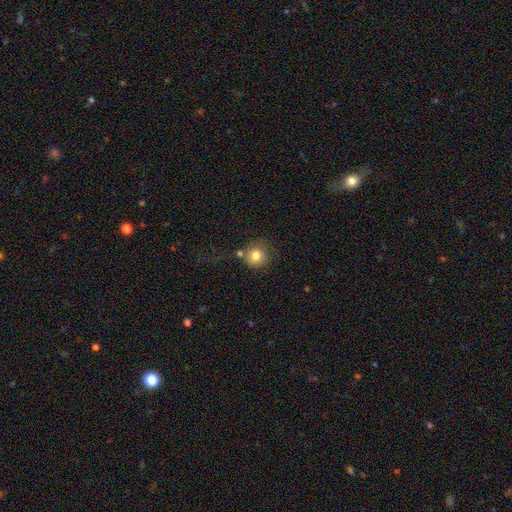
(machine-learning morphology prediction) smooth 79%, star or artifact 10%, featured or disk 10%. Down the decision tree: how rounded — round (92%); merging — none (61%).